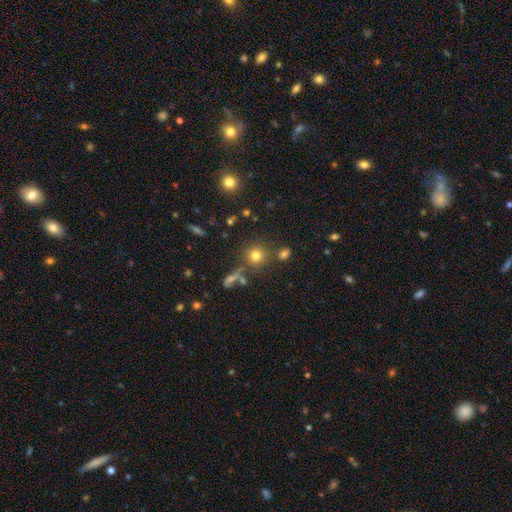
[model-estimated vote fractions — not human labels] A smooth galaxy with no disk features (74%) that is round (90%).

Vote fractions:
- Smooth or featured? smooth: 74% / star or artifact: 17% / featured or disk: 10%
- How rounded? round: 90% / in between: 9% / cigar-shaped: 1%
- Merging? none: 75% / merger: 10% / minor disturbance: 10% / major disturbance: 4%